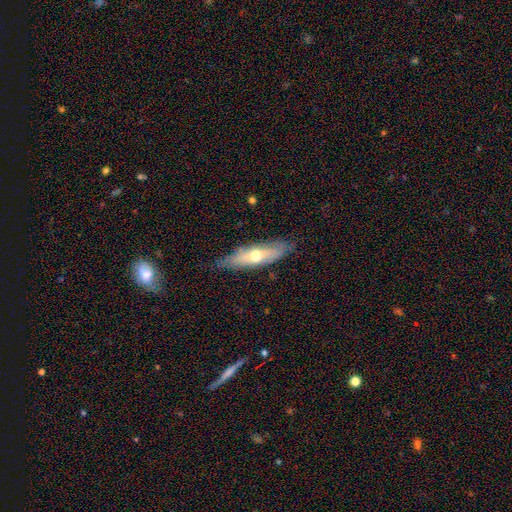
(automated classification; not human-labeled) Q: Smooth or featured?
A: featured or disk (48%); runner-up: smooth (46%)
Q: Merging?
A: none (79%); runner-up: minor disturbance (16%)